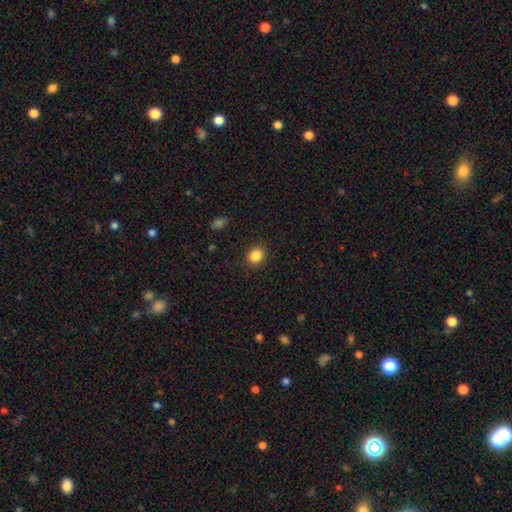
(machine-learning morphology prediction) Smooth or featured?
  - smooth: 85% *
  - star or artifact: 10%
  - featured or disk: 4%
How rounded?
  - round: 75% *
  - in between: 24%
  - cigar-shaped: 1%
Merging?
  - none: 89% *
  - minor disturbance: 7%
  - major disturbance: 2%
  - merger: 1%